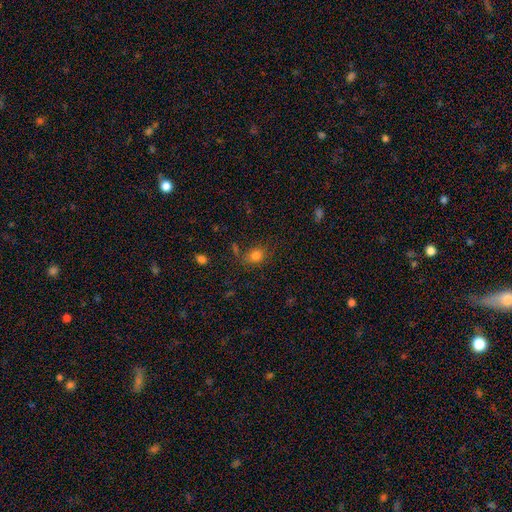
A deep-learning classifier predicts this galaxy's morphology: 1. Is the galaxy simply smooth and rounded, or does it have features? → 79% smooth, 14% star or artifact, 7% featured or disk.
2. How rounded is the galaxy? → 56% in between, 42% round, 1% cigar-shaped.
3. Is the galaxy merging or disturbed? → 71% none, 17% minor disturbance, 6% major disturbance, 6% merger.